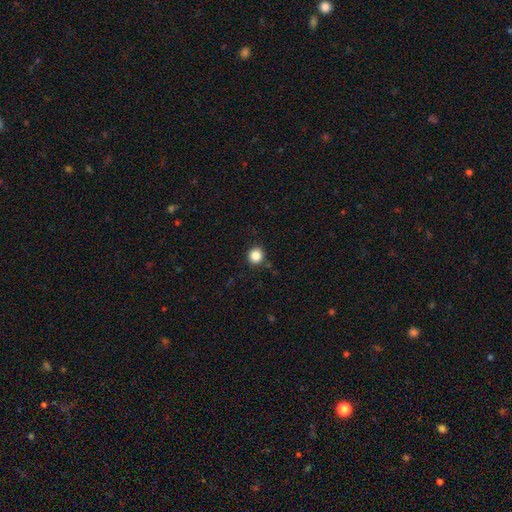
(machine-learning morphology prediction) A smooth galaxy with no disk features (86%) that is round (92%).

Vote fractions:
- Smooth or featured? smooth: 86% / star or artifact: 11% / featured or disk: 4%
- How rounded? round: 92% / in between: 7% / cigar-shaped: 1%
- Merging? none: 90% / minor disturbance: 7% / major disturbance: 2% / merger: 2%